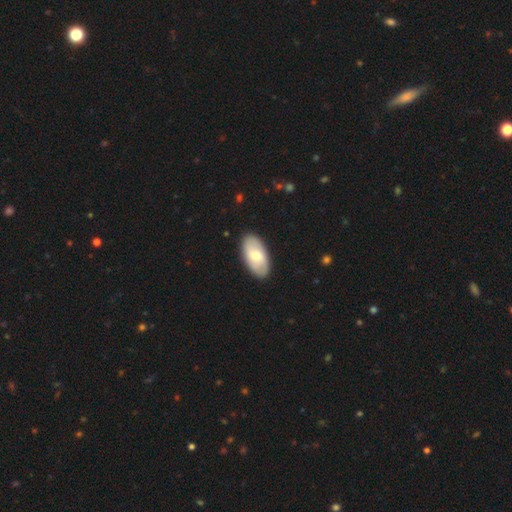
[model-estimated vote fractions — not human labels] A smooth galaxy with no disk features (61%) that is in between round and cigar-shaped (94%). Merging: none (88%).